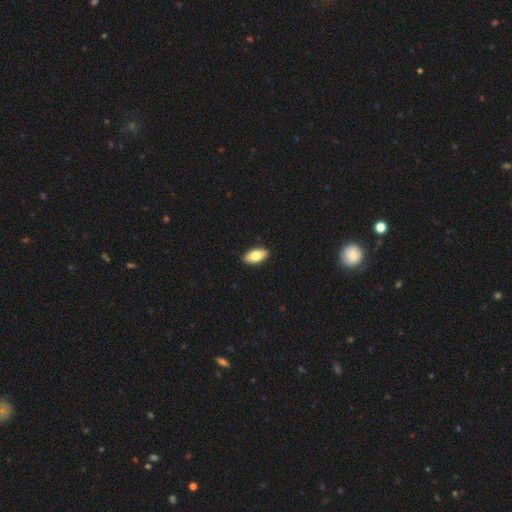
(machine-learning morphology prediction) Smooth or featured: smooth — 77% (featured or disk — 17%)
How rounded: in between — 91% (cigar-shaped — 6%)
Merging: none — 91% (minor disturbance — 6%)